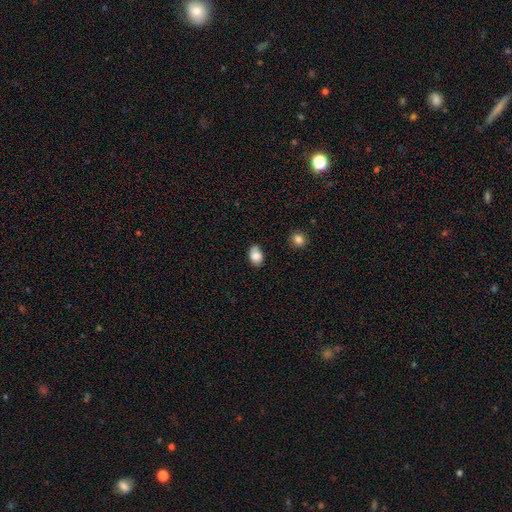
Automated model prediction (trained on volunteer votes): smooth_or_featured: smooth (p=0.84) [alt: star or artifact p=0.08]
how_rounded: in between (p=0.75) [alt: round p=0.24]
merging: none (p=0.59) [alt: minor disturbance p=0.31]